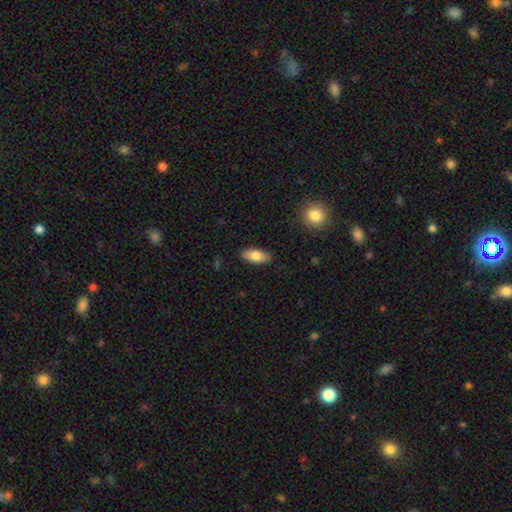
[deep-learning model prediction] Morphology: type=smooth (78%); roundness=in between (85%); merging=none (87%).